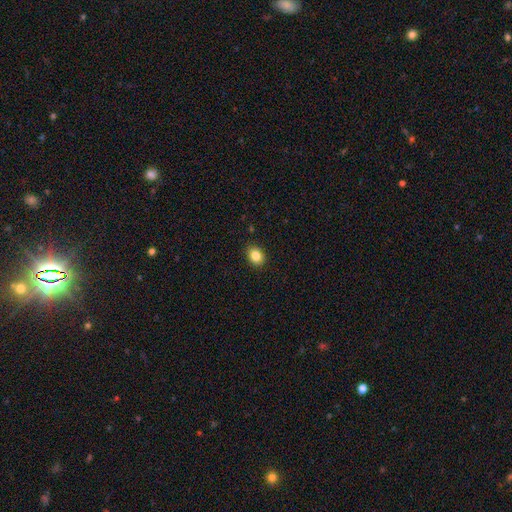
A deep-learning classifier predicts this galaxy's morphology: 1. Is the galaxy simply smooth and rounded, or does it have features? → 85% smooth, 10% star or artifact, 6% featured or disk.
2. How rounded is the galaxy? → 58% in between, 41% round, 1% cigar-shaped.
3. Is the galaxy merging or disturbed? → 90% none, 8% minor disturbance, 2% major disturbance, 1% merger.